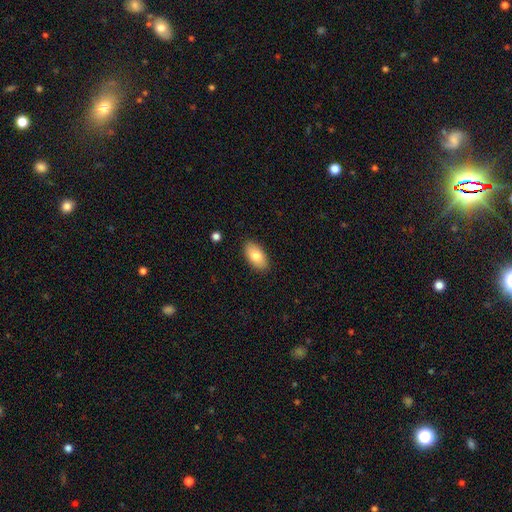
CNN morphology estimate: Smooth or featured? Predicted: smooth (p=0.80). How rounded? Predicted: in between (p=0.93). Merging? Predicted: none (p=0.88).